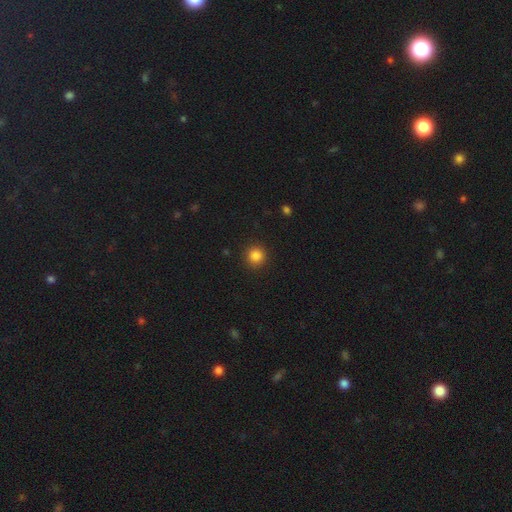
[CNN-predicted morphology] type=smooth (84%); roundness=round (94%); merging=none (92%).